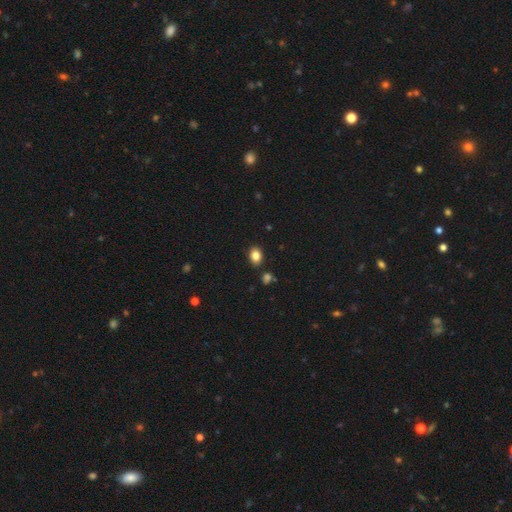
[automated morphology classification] Smooth or featured: smooth — 84% (star or artifact — 10%)
How rounded: in between — 72% (round — 27%)
Merging: none — 85% (minor disturbance — 9%)